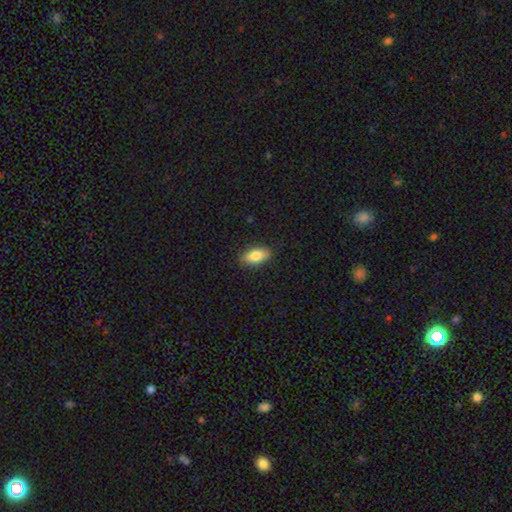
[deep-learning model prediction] This is clearly a smooth galaxy (80%). How rounded: clearly in between (86%). Merging: clearly none (87%).